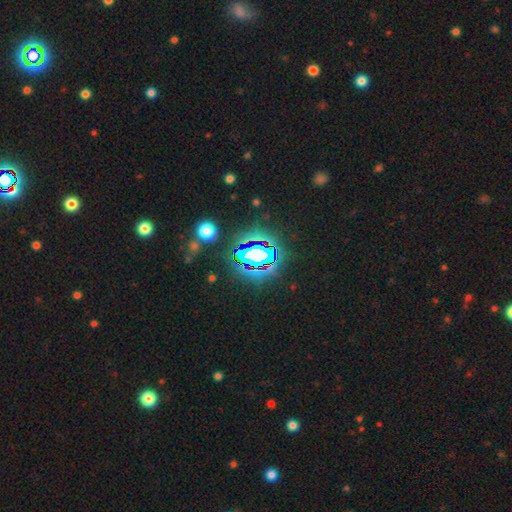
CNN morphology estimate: This is likely a star or artifact rather than a galaxy (70%).